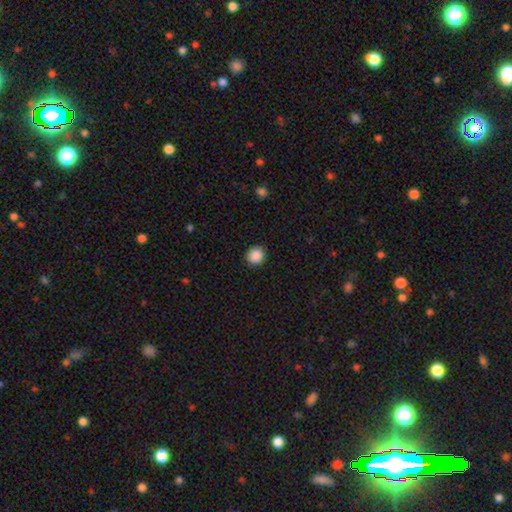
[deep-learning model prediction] smooth-or-featured: smooth: 89% | star or artifact: 9% | featured or disk: 2%
  how-rounded: round: 93% | in between: 6% | cigar-shaped: 1%
  merging: none: 91% | minor disturbance: 6% | major disturbance: 2% | merger: 1%